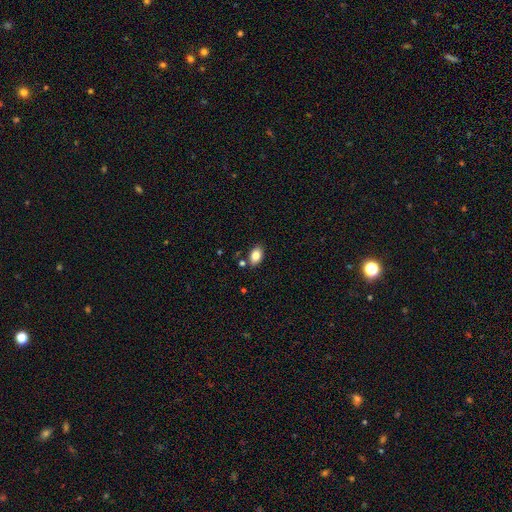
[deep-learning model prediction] This is clearly a smooth galaxy (83%). How rounded: clearly in between (90%). Merging: clearly none (81%).